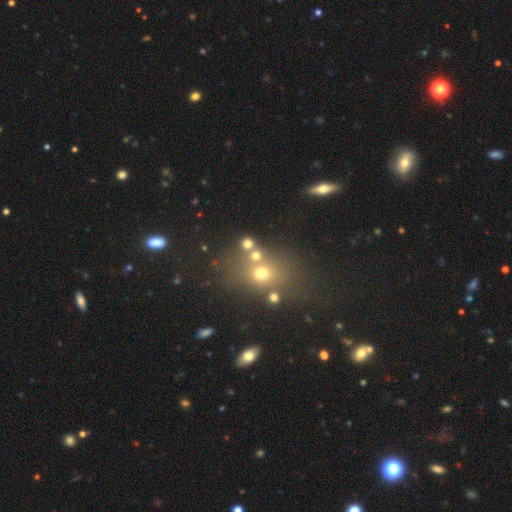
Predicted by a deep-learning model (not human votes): A smooth galaxy with no disk features (59%) that is round (58%).

Vote fractions:
- Smooth or featured? smooth: 59% / star or artifact: 24% / featured or disk: 17%
- How rounded? round: 58% / in between: 40% / cigar-shaped: 2%
- Merging? none: 56% / merger: 24% / minor disturbance: 12% / major disturbance: 8%